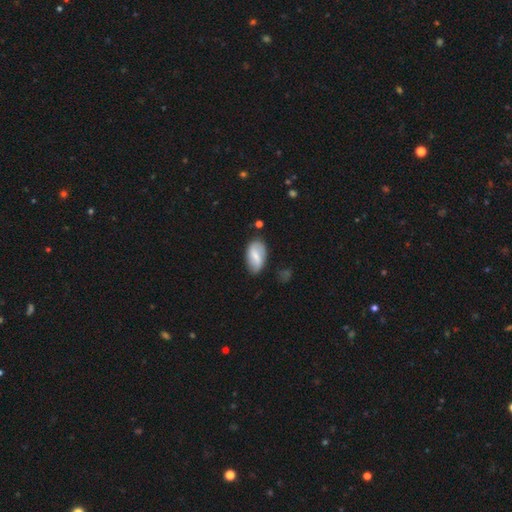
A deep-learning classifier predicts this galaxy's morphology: A smooth galaxy with no disk features (57%) that is in between round and cigar-shaped (93%). Merging: none (71%).